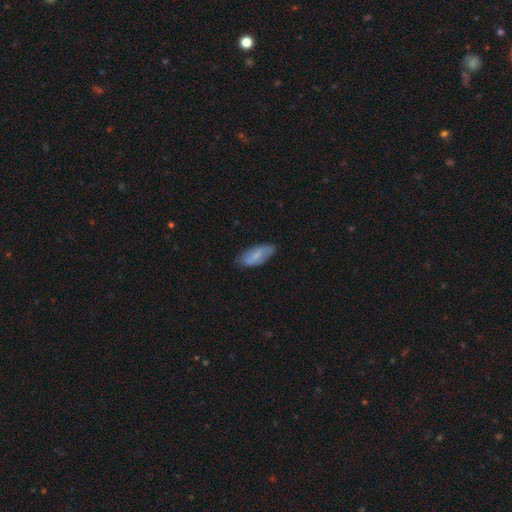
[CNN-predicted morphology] smooth 67%, featured or disk 27%, star or artifact 6%. Down the decision tree: how rounded — in between (81%); merging — none (77%).